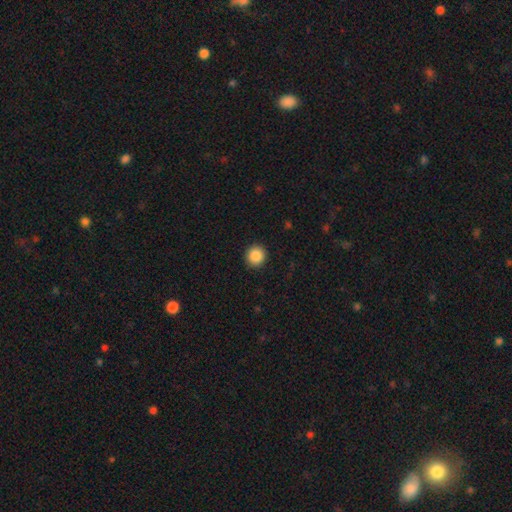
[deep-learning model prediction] A smooth galaxy with no disk features (87%) that is round (94%).

Vote fractions:
- Smooth or featured? smooth: 87% / star or artifact: 9% / featured or disk: 4%
- How rounded? round: 94% / in between: 5% / cigar-shaped: 1%
- Merging? none: 93% / minor disturbance: 5% / major disturbance: 2% / merger: 1%